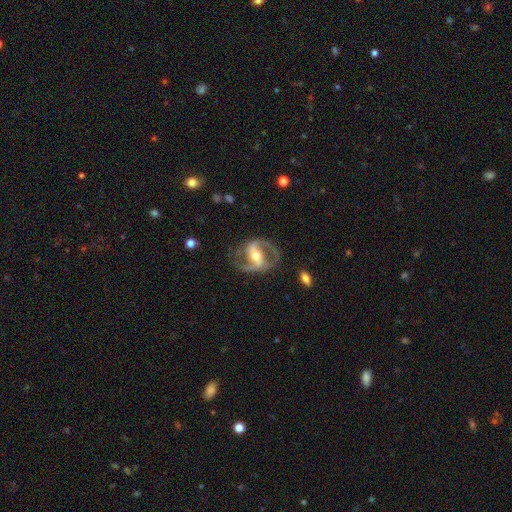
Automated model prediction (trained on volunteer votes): The model was most divided on "bar": strong: 53%, weak: 32%, no: 15%. More confident: edge-on disk — no (97%); spiral arms — yes (96%); spiral arm count — 2 (92%); smooth or featured — featured or disk (90%); merging — none (78%); bulge size — moderate (63%); spiral winding — medium (58%).